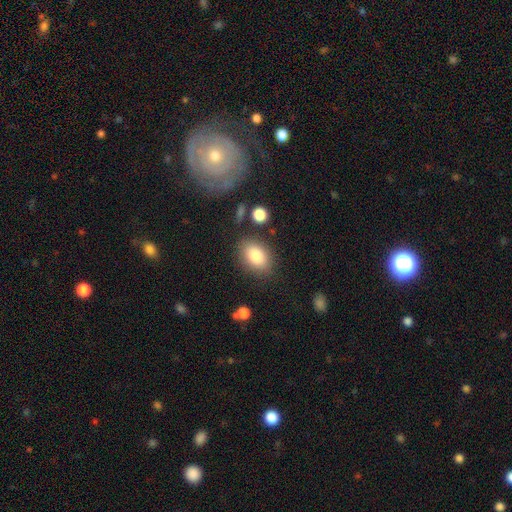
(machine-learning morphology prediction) smooth-or-featured: smooth: 84% | featured or disk: 9% | star or artifact: 8%
  how-rounded: in between: 82% | round: 16% | cigar-shaped: 2%
  merging: none: 79% | minor disturbance: 13% | major disturbance: 4% | merger: 4%